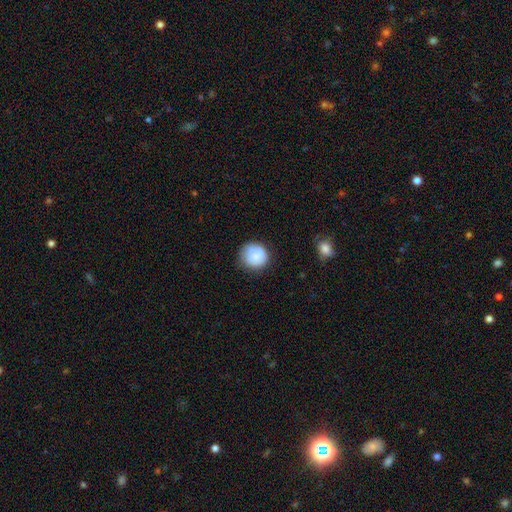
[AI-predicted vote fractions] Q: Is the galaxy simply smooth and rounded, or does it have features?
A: smooth — 80%.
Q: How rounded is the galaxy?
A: round — 93%.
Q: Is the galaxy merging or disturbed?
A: none — 79%.